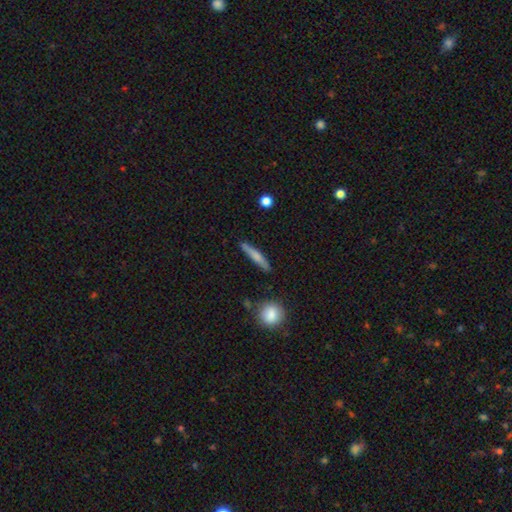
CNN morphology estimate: type=smooth (65%); roundness=cigar-shaped (89%); merging=none (81%).